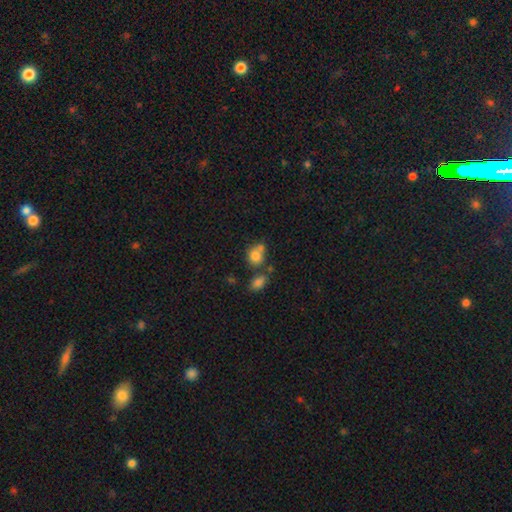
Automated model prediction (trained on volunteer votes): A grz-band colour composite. It shows a smooth galaxy with no disk features (79%) that is round (66%). Merging: none (47%).